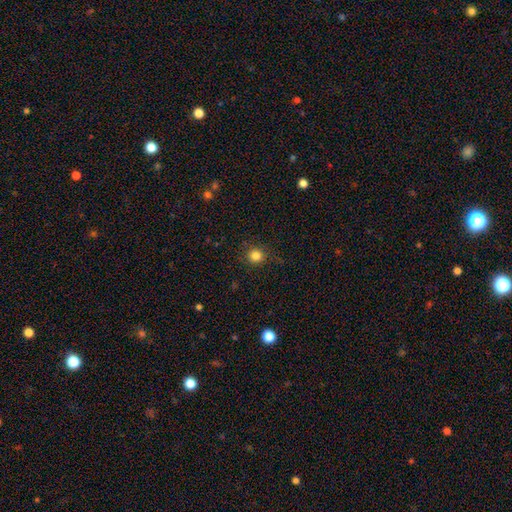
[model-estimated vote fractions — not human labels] Q: Smooth or featured?
A: smooth (83%); runner-up: star or artifact (12%)
Q: How rounded?
A: round (90%); runner-up: in between (9%)
Q: Merging?
A: none (84%); runner-up: minor disturbance (11%)